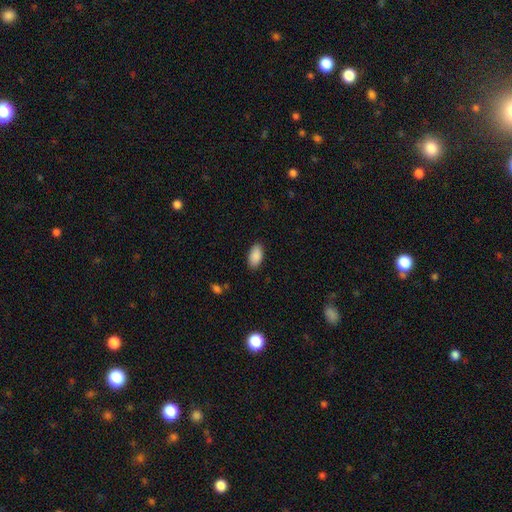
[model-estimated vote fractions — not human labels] A smooth galaxy with no disk features (90%) that is in between round and cigar-shaped (94%).

Vote fractions:
- Smooth or featured? smooth: 90% / star or artifact: 7% / featured or disk: 4%
- How rounded? in between: 94% / cigar-shaped: 3% / round: 3%
- Merging? none: 88% / minor disturbance: 9% / major disturbance: 2% / merger: 1%